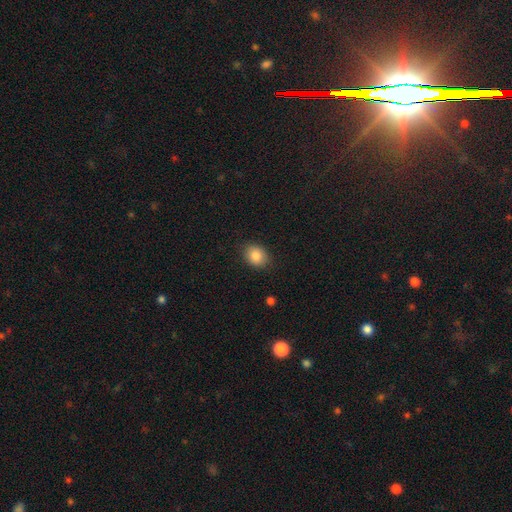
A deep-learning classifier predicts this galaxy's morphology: A smooth galaxy with no disk features (85%) that is round (52%).

Vote fractions:
- Smooth or featured? smooth: 85% / star or artifact: 9% / featured or disk: 6%
- How rounded? round: 52% / in between: 48% / cigar-shaped: 1%
- Merging? none: 86% / minor disturbance: 11% / major disturbance: 2% / merger: 1%